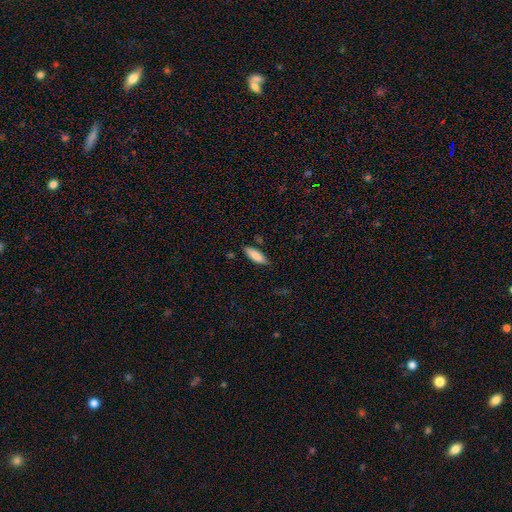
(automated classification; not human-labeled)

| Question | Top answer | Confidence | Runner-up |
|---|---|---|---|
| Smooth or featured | smooth | 84% | featured or disk (10%) |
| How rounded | in between | 52% | cigar-shaped (46%) |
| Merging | none | 82% | minor disturbance (13%) |